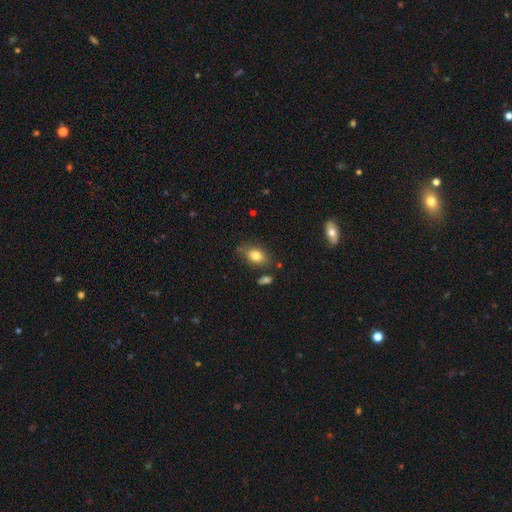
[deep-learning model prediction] Q: Smooth or featured?
A: smooth (81%); runner-up: featured or disk (10%)
Q: How rounded?
A: in between (80%); runner-up: round (18%)
Q: Merging?
A: none (72%); runner-up: minor disturbance (18%)